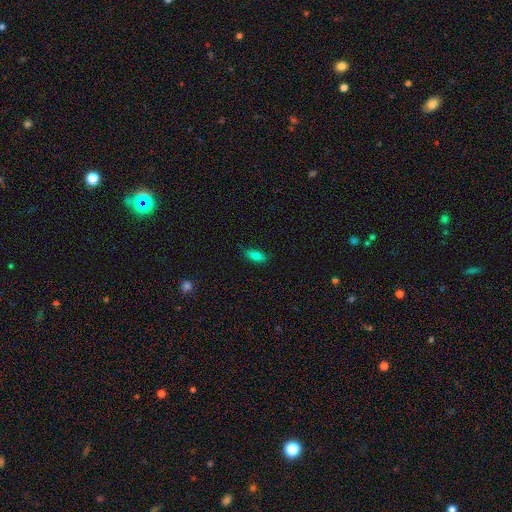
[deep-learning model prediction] Smooth or featured: smooth — 80% (featured or disk — 11%)
How rounded: in between — 80% (cigar-shaped — 16%)
Merging: none — 80% (minor disturbance — 16%)